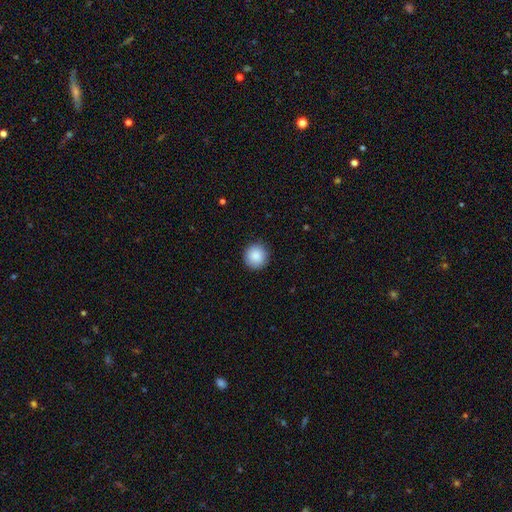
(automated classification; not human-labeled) Smooth or featured? Predicted: smooth (p=0.89). How rounded? Predicted: round (p=0.95). Merging? Predicted: none (p=0.91).